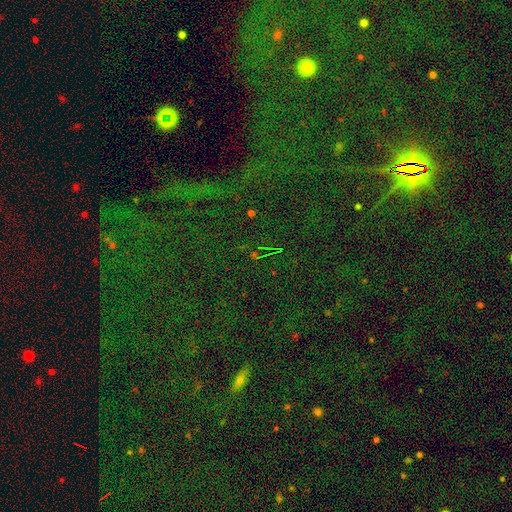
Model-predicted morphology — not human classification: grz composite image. It shows a star or artifact, not a galaxy (80%).